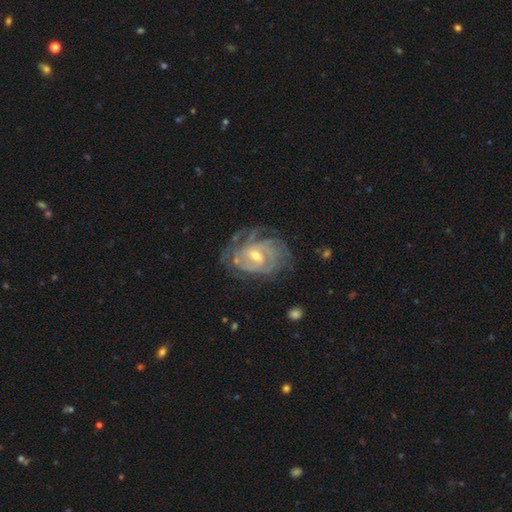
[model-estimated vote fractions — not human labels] Morphology: type=featured or disk (87%); edge-on=no (97%); bar=weak (48%); spiral arms=yes (94%); winding=tight (65%); arm count=can't tell (35%); bulge=moderate (53%); merging=none (63%).